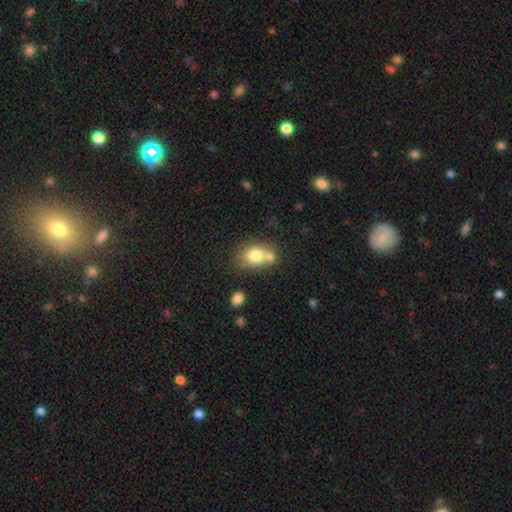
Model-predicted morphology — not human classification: smooth 75%, featured or disk 16%, star or artifact 9%. Down the decision tree: how rounded — in between (56%); merging — merger (46%).